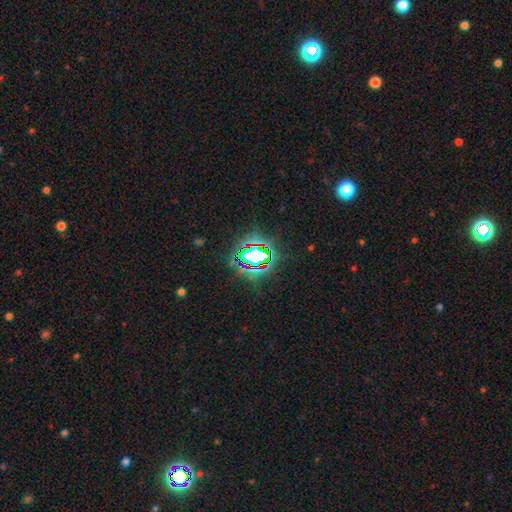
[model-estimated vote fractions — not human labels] Q: Smooth or featured?
A: star or artifact (67%); runner-up: smooth (20%)